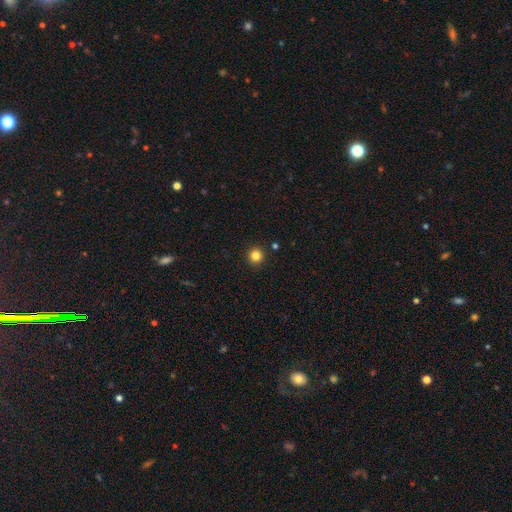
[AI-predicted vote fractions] Morphology: type=smooth (83%); roundness=round (95%); merging=none (92%).